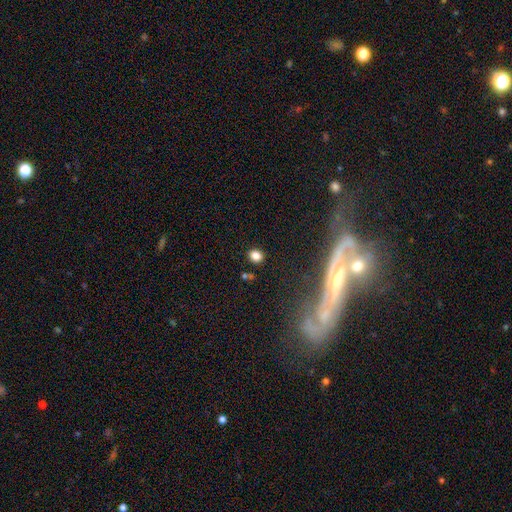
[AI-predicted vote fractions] The model was most divided on "how rounded": round: 61%, in between: 38%, cigar-shaped: 1%. More confident: merging — none (86%); smooth or featured — smooth (80%).